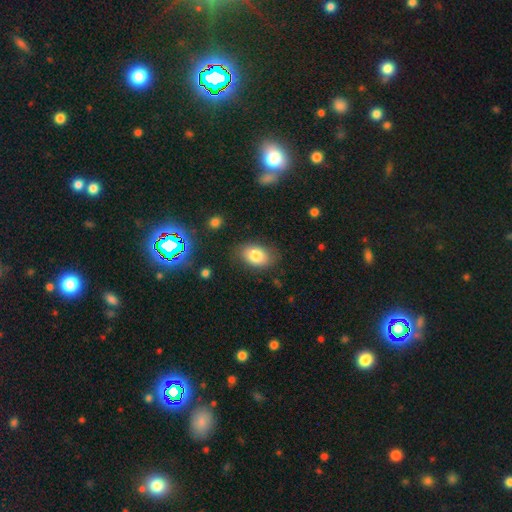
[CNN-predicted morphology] Overall: smooth (80%). How rounded: in between (85%). Merging: none (80%).